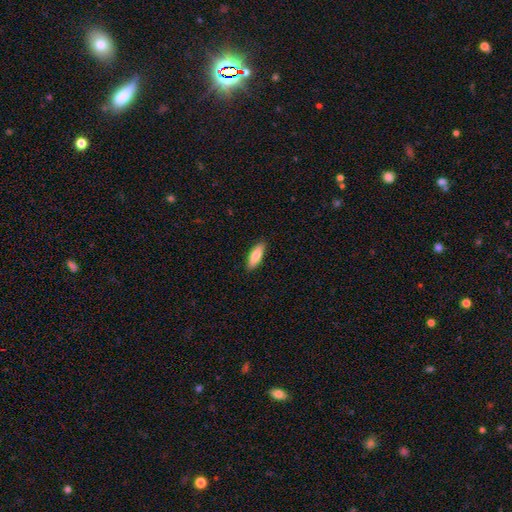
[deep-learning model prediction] A smooth galaxy with no disk features (82%) that is in between round and cigar-shaped (65%). Merging: none (89%).